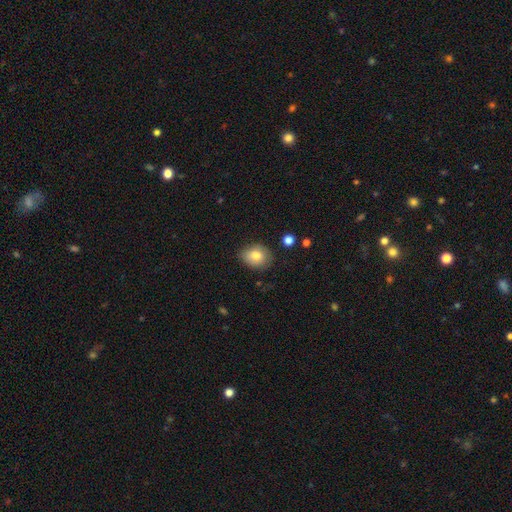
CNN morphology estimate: smooth_or_featured: smooth (p=0.80) [alt: featured or disk p=0.11]
how_rounded: in between (p=0.50) [alt: round p=0.49]
merging: none (p=0.79) [alt: minor disturbance p=0.16]